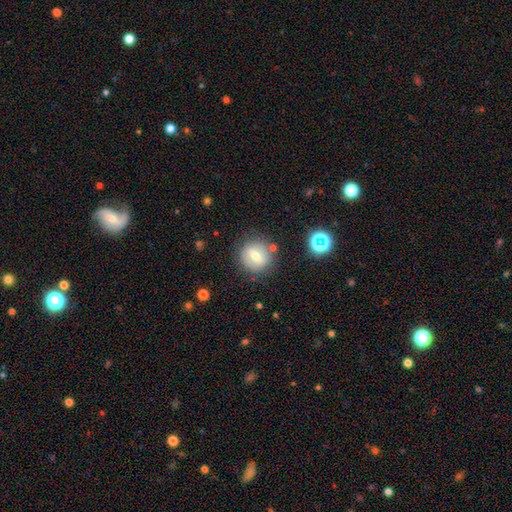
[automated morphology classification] A smooth galaxy with no disk features (50%). Merging: none (80%).